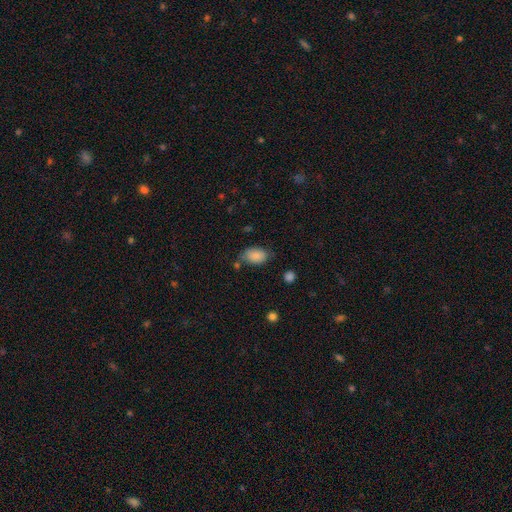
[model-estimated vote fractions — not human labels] This appears to be a smooth galaxy with no disk features (87%) that is in between round and cigar-shaped (87%). Merging: none (65%).